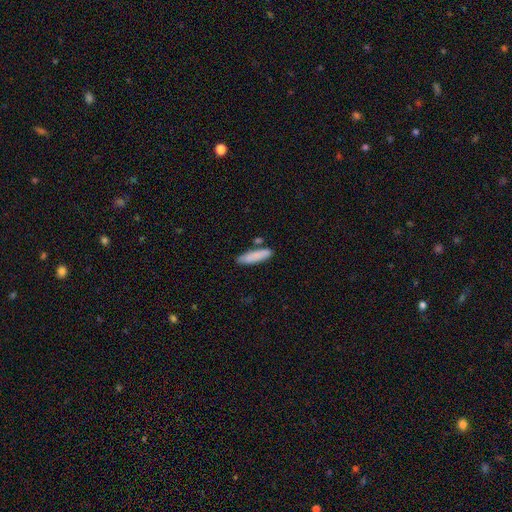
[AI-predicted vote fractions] Overall: smooth (84%). How rounded: cigar-shaped (65%; in between 33%). Merging: none (76%).